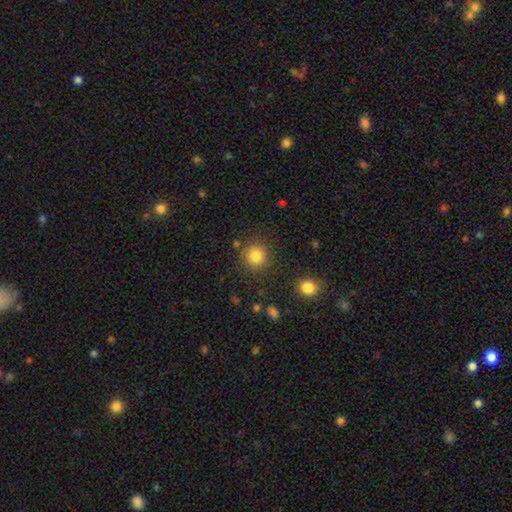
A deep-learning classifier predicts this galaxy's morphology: A smooth galaxy with no disk features (83%) that is round (92%).

Vote fractions:
- Smooth or featured? smooth: 83% / star or artifact: 11% / featured or disk: 6%
- How rounded? round: 92% / in between: 7% / cigar-shaped: 1%
- Merging? none: 84% / minor disturbance: 8% / merger: 4% / major disturbance: 3%